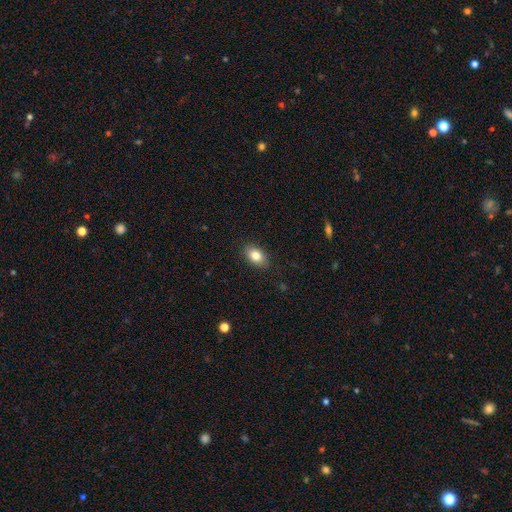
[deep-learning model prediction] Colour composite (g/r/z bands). It shows a smooth galaxy with no disk features (83%) that is in between round and cigar-shaped (87%). Merging: none (88%).